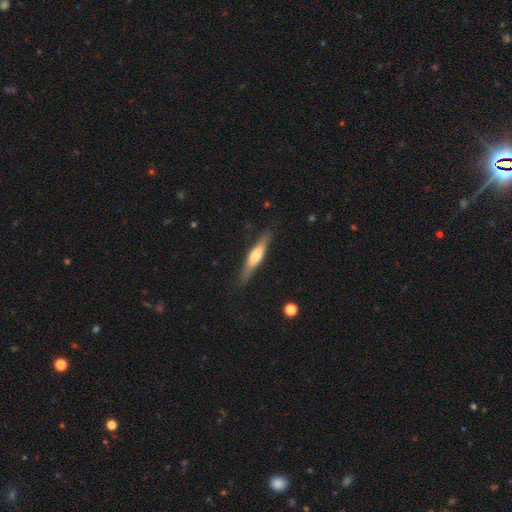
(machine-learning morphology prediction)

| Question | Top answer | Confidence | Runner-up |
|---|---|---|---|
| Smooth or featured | featured or disk | 51% | smooth (43%) |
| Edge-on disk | yes | 94% | no (6%) |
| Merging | none | 85% | minor disturbance (11%) |